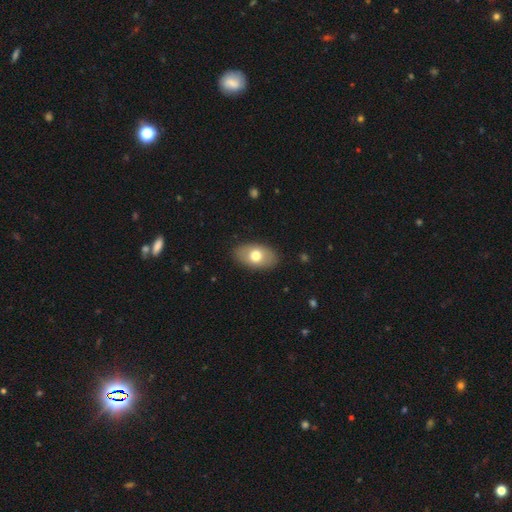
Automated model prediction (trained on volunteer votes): smooth-or-featured: smooth: 70% | featured or disk: 24% | star or artifact: 6%
  how-rounded: in between: 91% | round: 8% | cigar-shaped: 1%
  merging: none: 86% | minor disturbance: 10% | major disturbance: 3% | merger: 1%